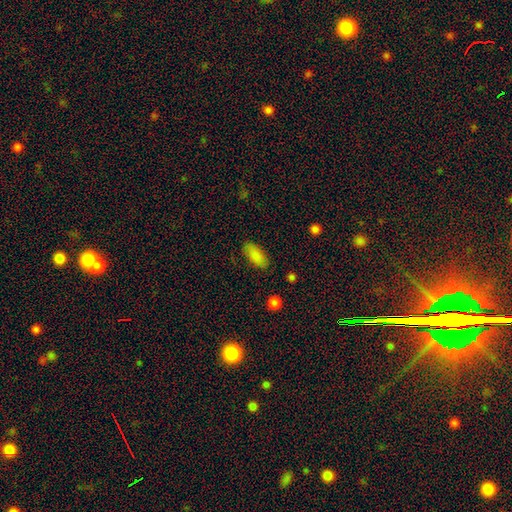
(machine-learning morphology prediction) smooth 86%, star or artifact 8%, featured or disk 6%. Down the decision tree: how rounded — in between (88%); merging — none (83%).